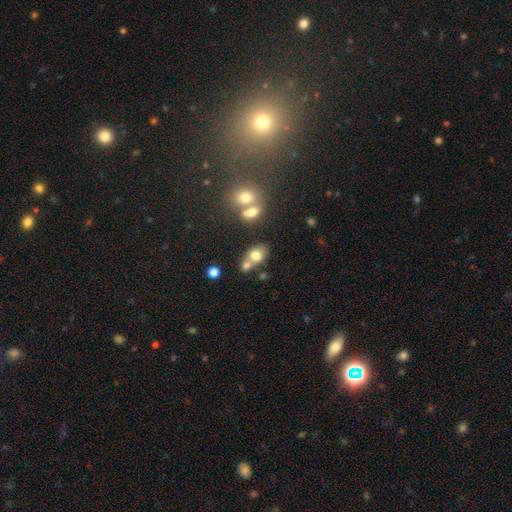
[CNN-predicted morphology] Smooth or featured: smooth — 74% (featured or disk — 15%)
How rounded: in between — 57% (round — 41%)
Merging: merger — 48% (none — 36%)